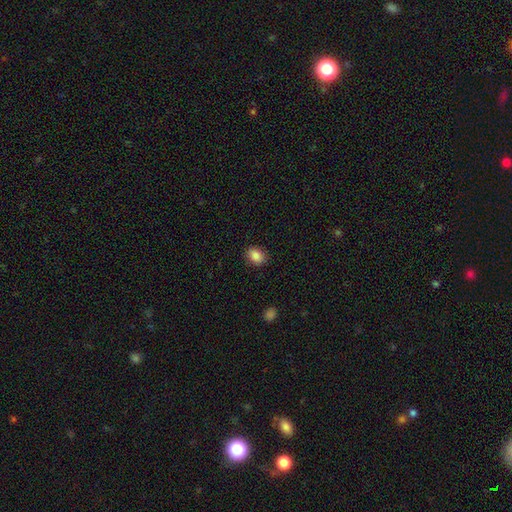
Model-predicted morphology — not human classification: The model was most divided on "how rounded": in between: 70%, round: 29%, cigar-shaped: 1%. More confident: merging — none (88%); smooth or featured — smooth (87%).